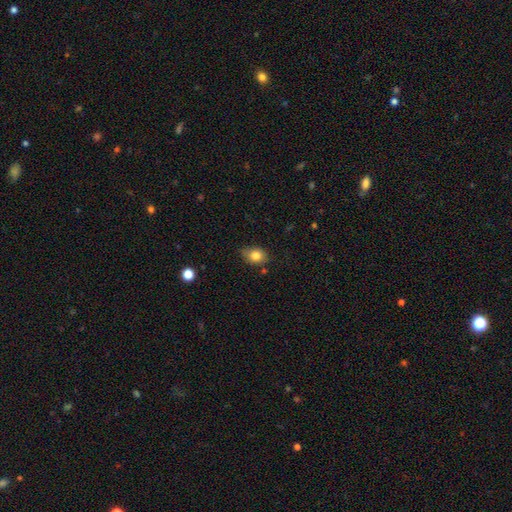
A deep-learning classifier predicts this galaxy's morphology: smooth-or-featured: smooth: 82% | star or artifact: 10% | featured or disk: 9%
  how-rounded: in between: 58% | round: 41% | cigar-shaped: 1%
  merging: none: 68% | minor disturbance: 25% | major disturbance: 4% | merger: 3%